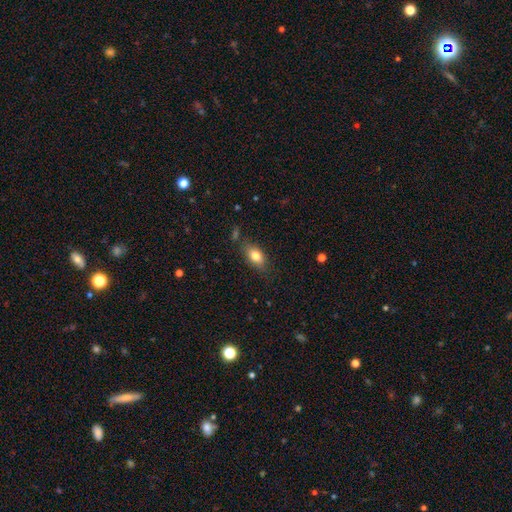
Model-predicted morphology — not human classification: A smooth galaxy with no disk features (79%) that is in between round and cigar-shaped (85%).

Vote fractions:
- Smooth or featured? smooth: 79% / featured or disk: 12% / star or artifact: 8%
- How rounded? in between: 85% / round: 10% / cigar-shaped: 5%
- Merging? none: 78% / minor disturbance: 15% / major disturbance: 4% / merger: 3%